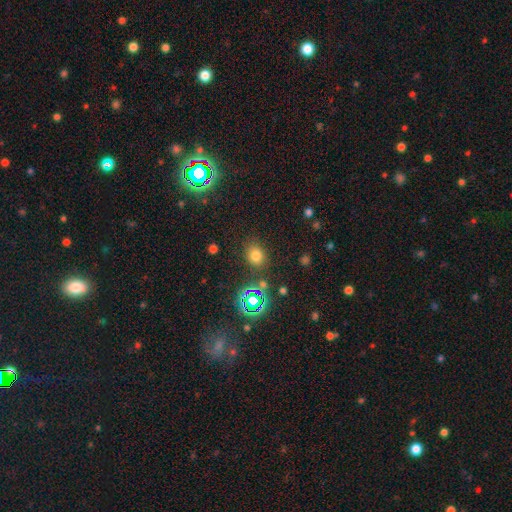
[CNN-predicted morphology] Smooth or featured?
  - smooth: 69% *
  - star or artifact: 23%
  - featured or disk: 7%
How rounded?
  - round: 57% *
  - in between: 42%
  - cigar-shaped: 1%
Merging?
  - none: 81% *
  - minor disturbance: 11%
  - major disturbance: 4%
  - merger: 4%